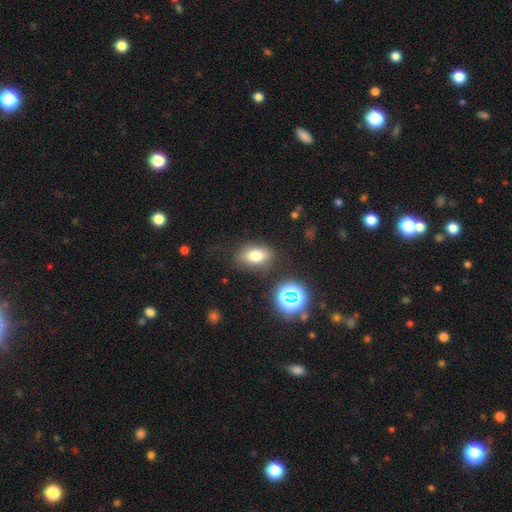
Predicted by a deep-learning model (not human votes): Smooth or featured?
  - smooth: 74% *
  - star or artifact: 15%
  - featured or disk: 11%
How rounded?
  - in between: 80% *
  - round: 18%
  - cigar-shaped: 2%
Merging?
  - none: 79% *
  - minor disturbance: 13%
  - major disturbance: 4%
  - merger: 3%